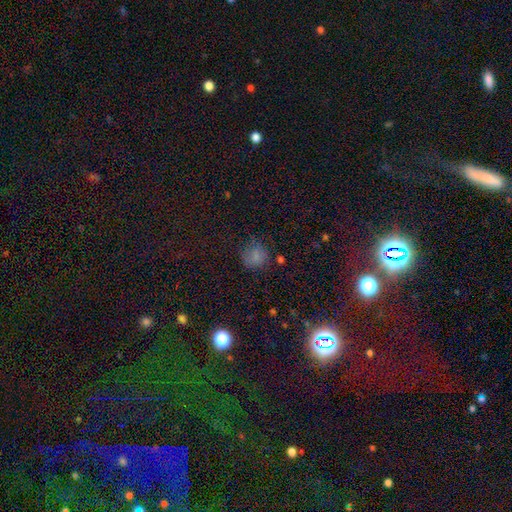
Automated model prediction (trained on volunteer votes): Smooth or featured? Predicted: smooth (p=0.77). How rounded? Predicted: round (p=0.84). Merging? Predicted: none (p=0.70).